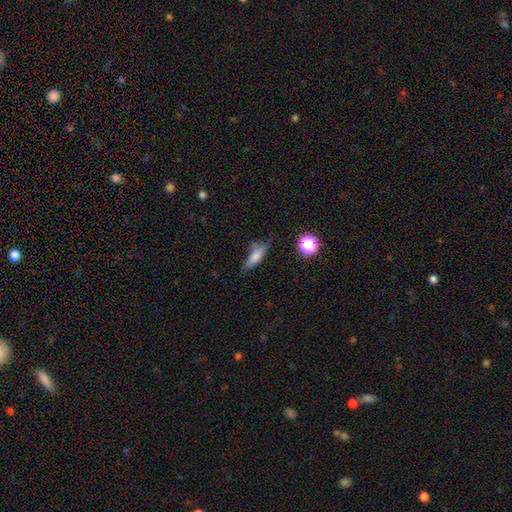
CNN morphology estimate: type=smooth (72%); roundness=in between (50%); merging=none (61%).